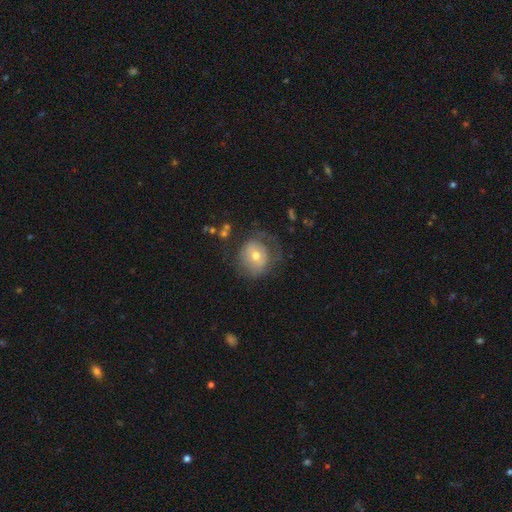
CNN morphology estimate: smooth_or_featured: smooth (p=0.50) [alt: featured or disk p=0.42]
how_rounded: round (p=0.80) [alt: in between p=0.19]
merging: none (p=0.54) [alt: major disturbance p=0.22]